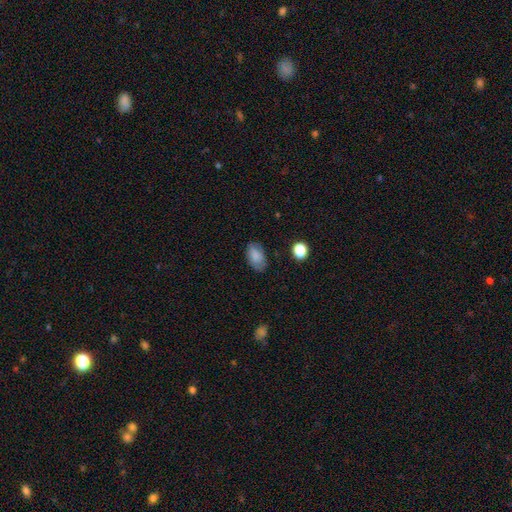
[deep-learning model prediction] Smooth or featured?
  - smooth: 78% *
  - featured or disk: 14%
  - star or artifact: 9%
How rounded?
  - in between: 91% *
  - round: 7%
  - cigar-shaped: 2%
Merging?
  - none: 75% *
  - minor disturbance: 19%
  - major disturbance: 5%
  - merger: 1%